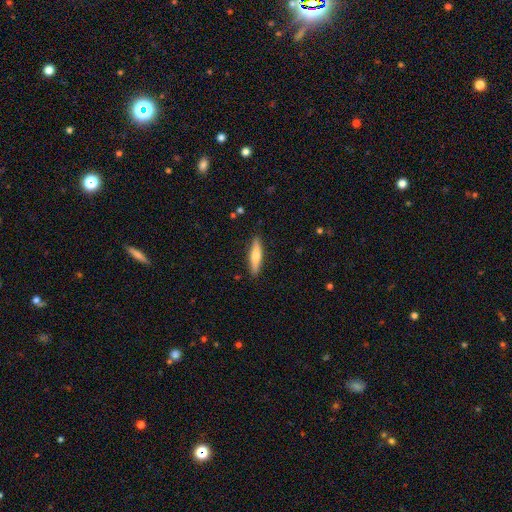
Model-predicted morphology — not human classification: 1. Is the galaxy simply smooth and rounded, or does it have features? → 63% smooth, 31% featured or disk, 6% star or artifact.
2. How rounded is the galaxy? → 76% cigar-shaped, 22% in between, 2% round.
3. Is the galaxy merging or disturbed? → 89% none, 8% minor disturbance, 2% major disturbance, 1% merger.